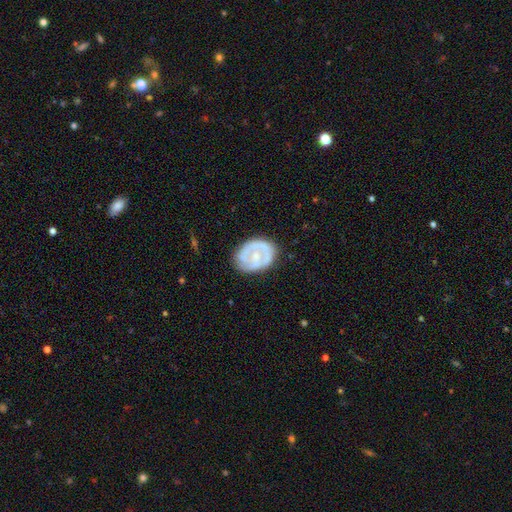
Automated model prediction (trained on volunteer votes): Morphology: type=featured or disk (68%); edge-on=no (97%); bar=no (67%); spiral arms=yes (71%); bulge=small (52%); merging=none (68%).